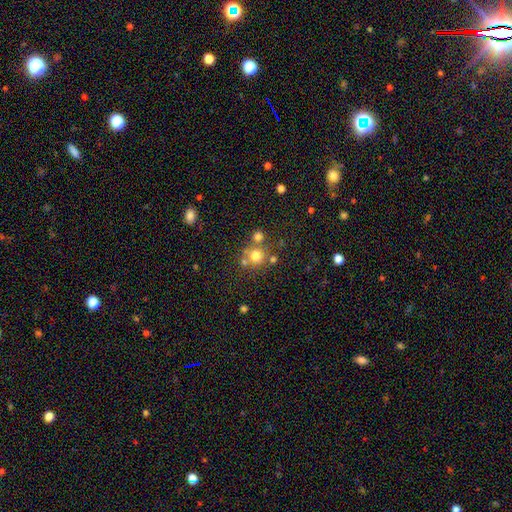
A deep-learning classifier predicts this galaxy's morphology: Q: Smooth or featured?
A: smooth (72%); runner-up: star or artifact (16%)
Q: How rounded?
A: round (91%); runner-up: in between (8%)
Q: Merging?
A: none (64%); runner-up: merger (23%)